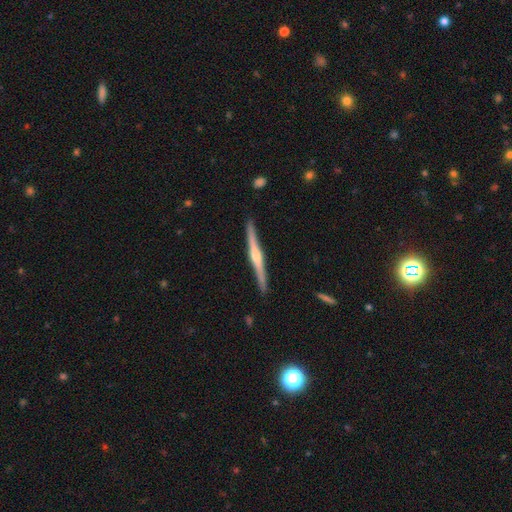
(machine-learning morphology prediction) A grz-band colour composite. It shows a featured or disk galaxy (76%) viewed edge-on (98%) with a rounded central bulge (82%). Merging: none (90%).